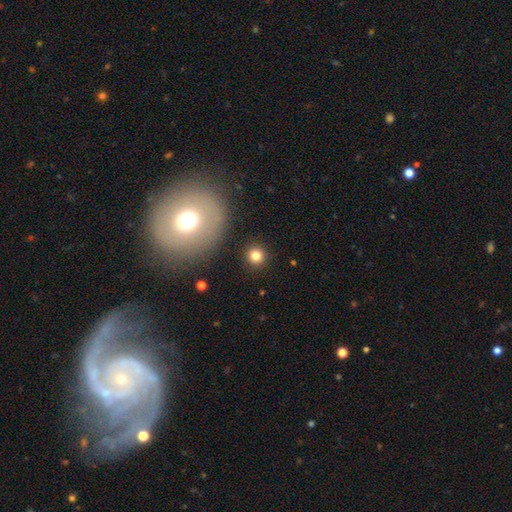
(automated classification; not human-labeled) Smooth or featured: smooth — 81% (star or artifact — 12%)
How rounded: round — 93% (in between — 6%)
Merging: none — 90% (minor disturbance — 5%)